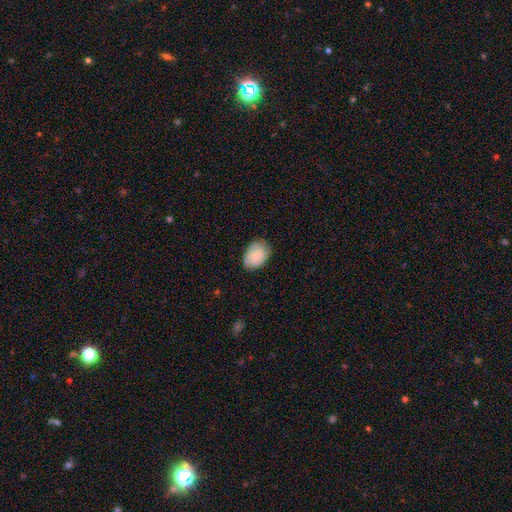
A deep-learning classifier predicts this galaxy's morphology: Smooth or featured: smooth — 73% (featured or disk — 20%)
How rounded: in between — 78% (round — 21%)
Merging: none — 74% (minor disturbance — 21%)